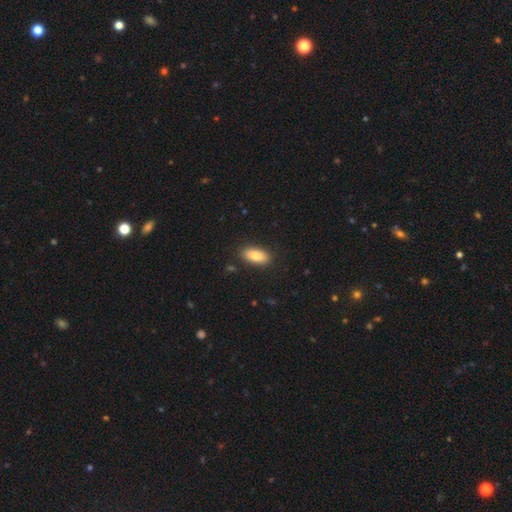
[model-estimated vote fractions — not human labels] smooth 85%, featured or disk 8%, star or artifact 7%. Down the decision tree: how rounded — in between (90%); merging — none (87%).